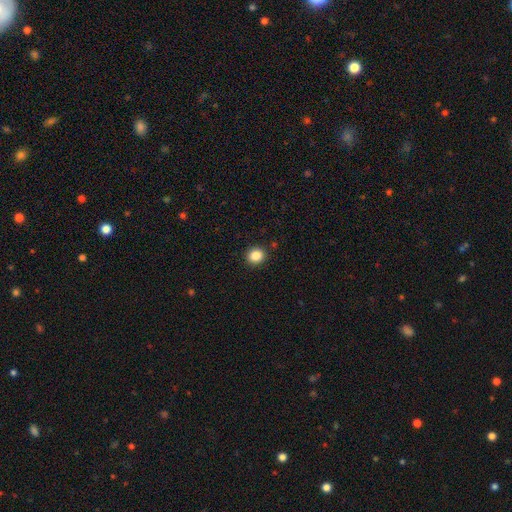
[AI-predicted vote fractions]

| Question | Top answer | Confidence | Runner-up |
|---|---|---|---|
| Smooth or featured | smooth | 85% | star or artifact (10%) |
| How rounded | round | 77% | in between (23%) |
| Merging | none | 91% | minor disturbance (6%) |